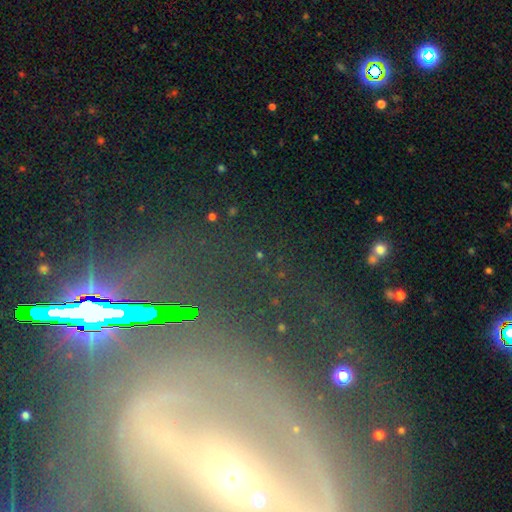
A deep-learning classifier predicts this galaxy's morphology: Q: Smooth or featured?
A: star or artifact (64%); runner-up: featured or disk (19%)